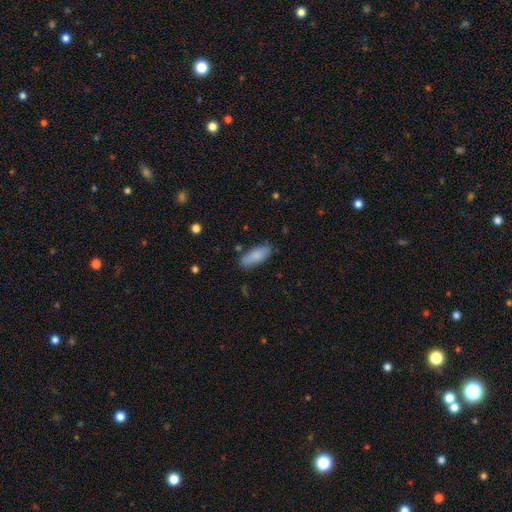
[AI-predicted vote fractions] Q: Smooth or featured?
A: smooth (84%); runner-up: featured or disk (9%)
Q: How rounded?
A: in between (67%); runner-up: cigar-shaped (31%)
Q: Merging?
A: none (81%); runner-up: minor disturbance (14%)